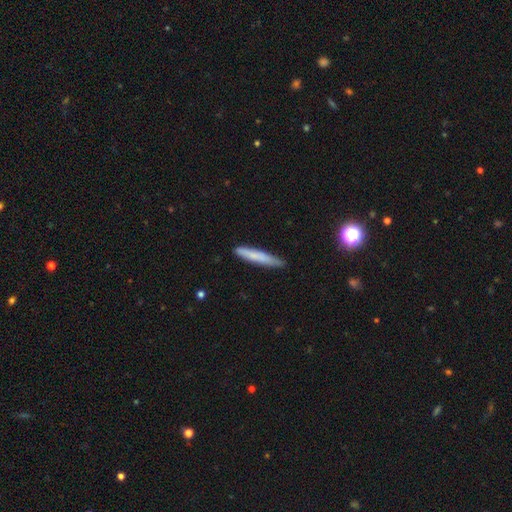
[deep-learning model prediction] smooth-or-featured: smooth: 71% | featured or disk: 23% | star or artifact: 7%
  how-rounded: cigar-shaped: 94% | in between: 5% | round: 1%
  merging: none: 83% | minor disturbance: 14% | major disturbance: 2% | merger: 2%